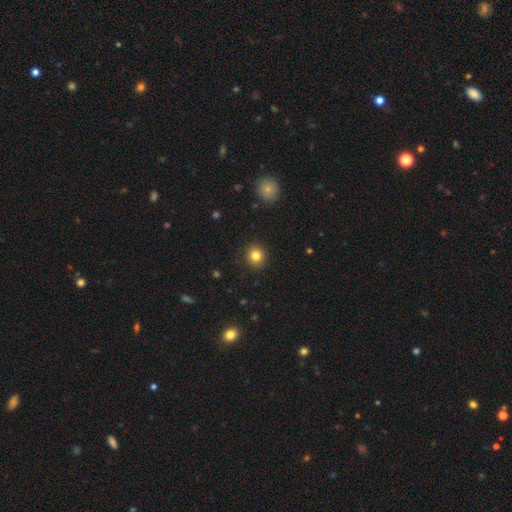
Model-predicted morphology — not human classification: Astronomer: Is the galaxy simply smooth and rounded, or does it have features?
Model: smooth — 82%.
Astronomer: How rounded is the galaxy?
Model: round — 91%.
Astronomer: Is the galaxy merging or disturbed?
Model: none — 91%.